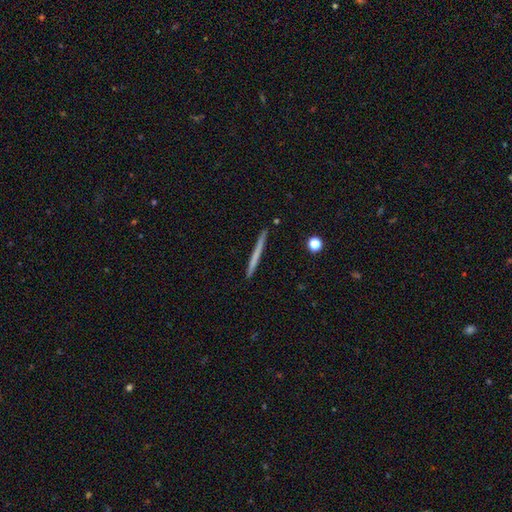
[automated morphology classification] Smooth or featured: smooth — 56% (featured or disk — 39%)
How rounded: cigar-shaped — 97% (in between — 2%)
Merging: none — 92% (minor disturbance — 5%)